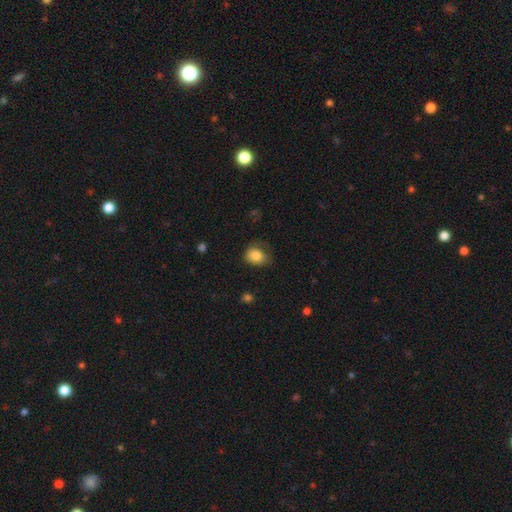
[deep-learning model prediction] Smooth or featured?
  - smooth: 84% *
  - star or artifact: 9%
  - featured or disk: 8%
How rounded?
  - in between: 50% *
  - round: 49%
  - cigar-shaped: 1%
Merging?
  - none: 52% *
  - minor disturbance: 33%
  - major disturbance: 14%
  - merger: 2%